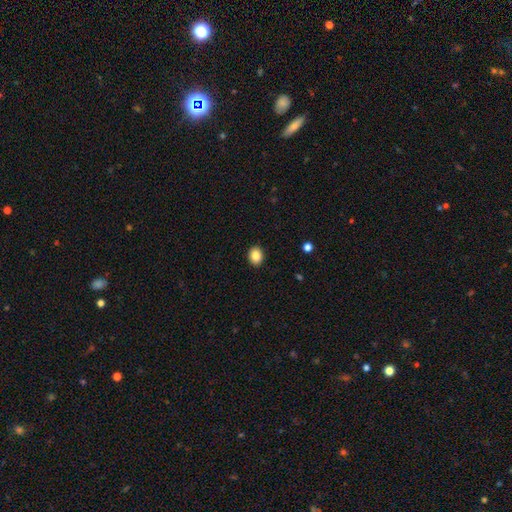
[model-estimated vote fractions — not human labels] smooth 86%, star or artifact 9%, featured or disk 5%. Down the decision tree: how rounded — in between (56%); merging — none (91%).